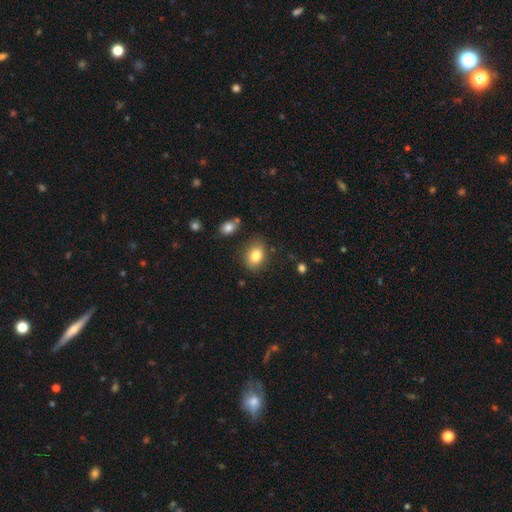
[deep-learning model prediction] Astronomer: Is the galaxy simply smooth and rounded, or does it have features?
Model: smooth — 83%.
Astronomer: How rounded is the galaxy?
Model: in between — 72%.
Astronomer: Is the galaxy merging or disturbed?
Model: none — 78%.